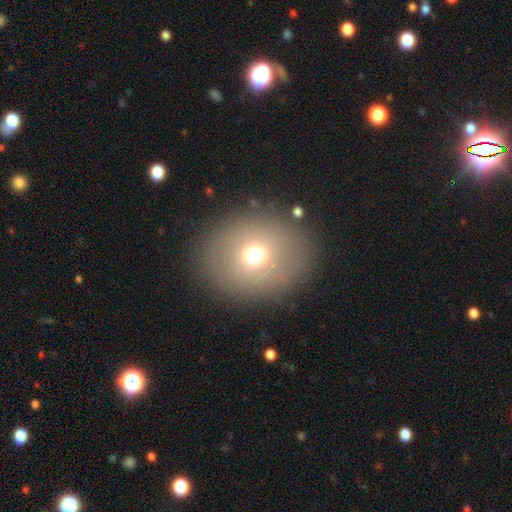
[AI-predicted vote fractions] The model was most divided on "how rounded": round: 69%, in between: 30%, cigar-shaped: 1%. More confident: merging — none (87%); smooth or featured — smooth (69%).